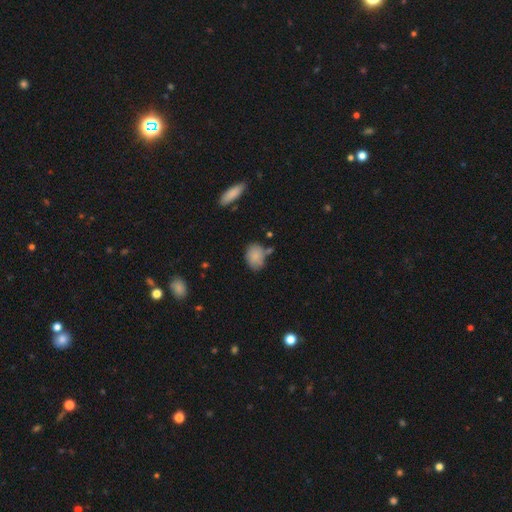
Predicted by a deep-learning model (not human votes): This appears to be a smooth galaxy with no disk features (83%) that is in between round and cigar-shaped (72%). Merging: none (61%).